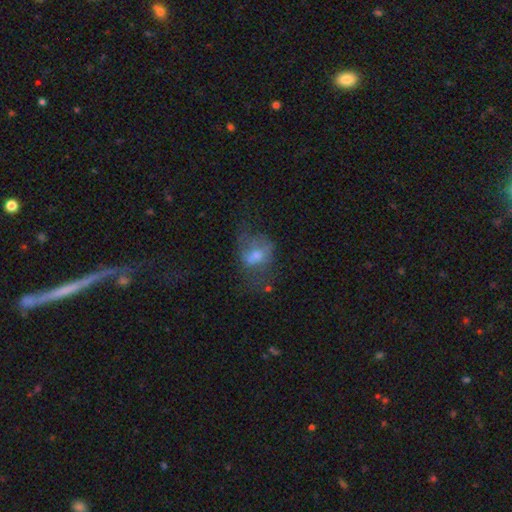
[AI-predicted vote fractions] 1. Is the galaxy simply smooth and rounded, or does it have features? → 47% smooth, 40% featured or disk, 13% star or artifact.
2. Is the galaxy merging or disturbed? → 38% major disturbance, 33% none, 22% minor disturbance, 7% merger.